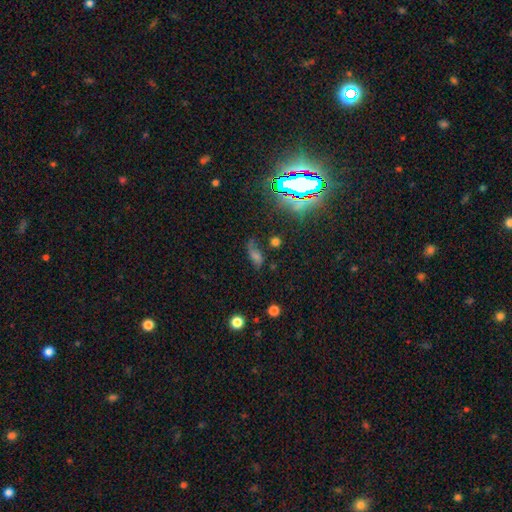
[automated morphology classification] Smooth or featured: smooth — 38% (star or artifact — 34%)
Merging: none — 54% (minor disturbance — 23%)